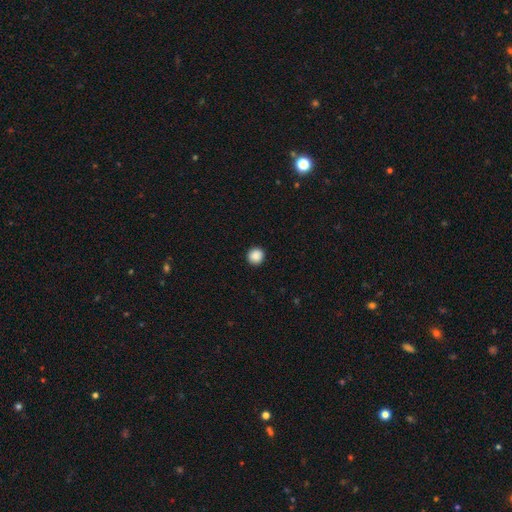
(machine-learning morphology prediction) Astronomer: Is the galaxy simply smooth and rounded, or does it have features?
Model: smooth — 89%.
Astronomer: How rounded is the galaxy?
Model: round — 95%.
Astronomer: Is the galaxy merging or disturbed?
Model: none — 93%.